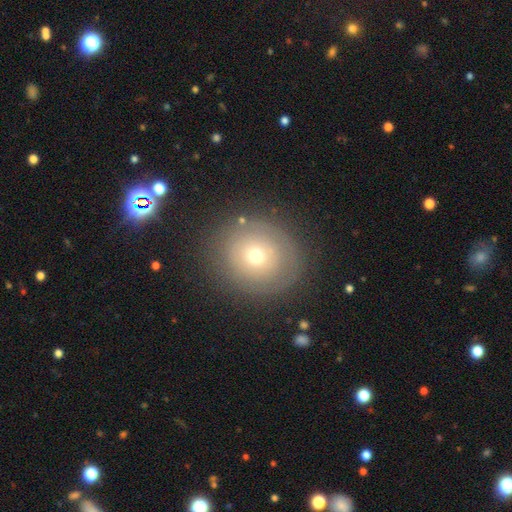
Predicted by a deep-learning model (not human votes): Overall: smooth (58%; featured or disk 28%). How rounded: round (86%). Merging: none (81%).